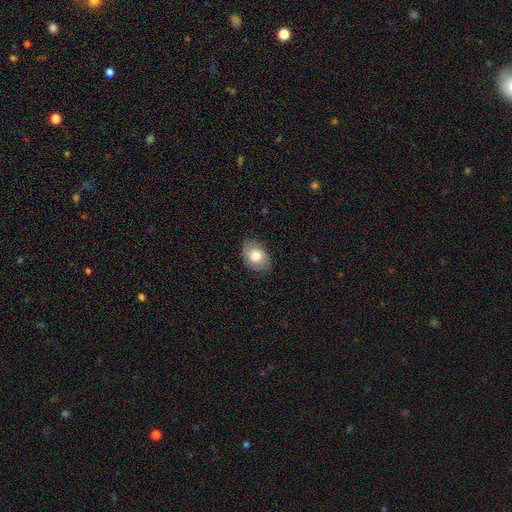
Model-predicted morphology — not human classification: Overall: smooth (66%; featured or disk 27%). How rounded: in between (80%). Merging: none (80%).